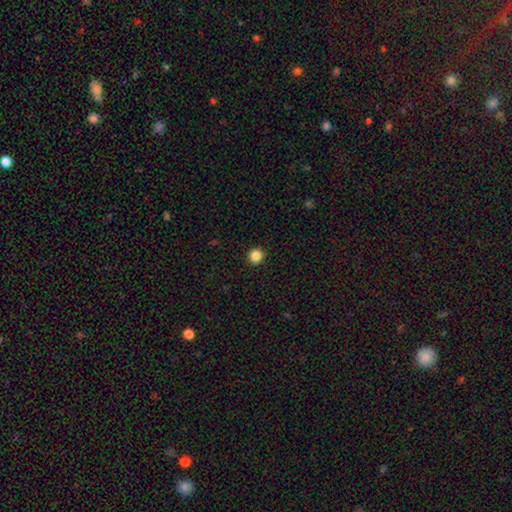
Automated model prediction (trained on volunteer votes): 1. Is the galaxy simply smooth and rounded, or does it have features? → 86% smooth, 11% star or artifact, 3% featured or disk.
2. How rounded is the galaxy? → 92% round, 7% in between, 1% cigar-shaped.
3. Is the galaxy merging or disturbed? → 93% none, 5% minor disturbance, 2% major disturbance, 1% merger.